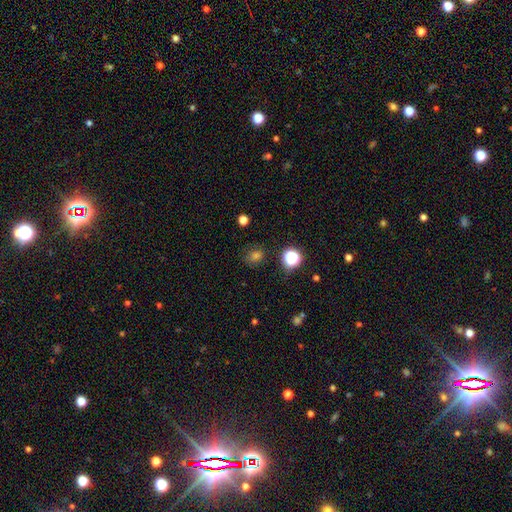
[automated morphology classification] smooth_or_featured: smooth (p=0.70) [alt: star or artifact p=0.24]
how_rounded: round (p=0.52) [alt: in between p=0.47]
merging: none (p=0.78) [alt: minor disturbance p=0.14]